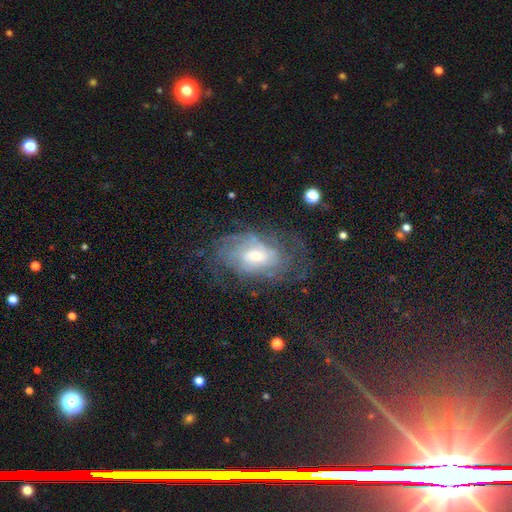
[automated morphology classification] featured or disk 74%, smooth 18%, star or artifact 9%. Down the decision tree: edge-on disk — no (95%); bar — no (54%); spiral arms — yes (82%); spiral arm count — can't tell (59%); spiral winding — tight (52%); bulge size — moderate (50%); merging — none (59%).